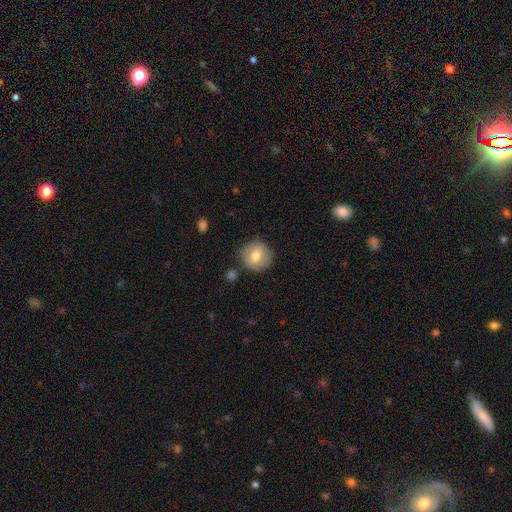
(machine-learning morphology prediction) This appears to be a smooth galaxy with no disk features (72%) that is round (92%). Merging: none (84%).